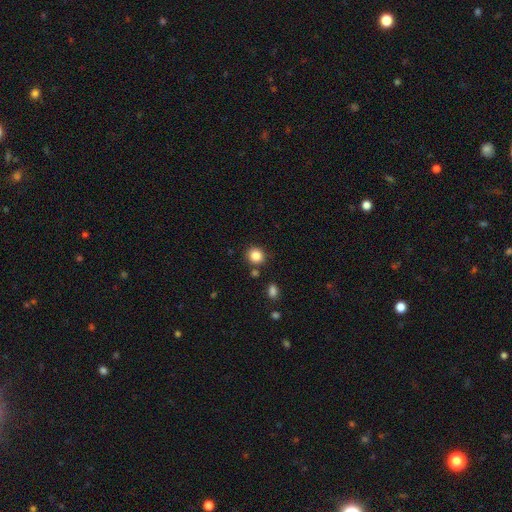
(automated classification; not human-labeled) This is clearly a smooth galaxy (85%). How rounded: clearly round (87%). Merging: clearly none (83%).